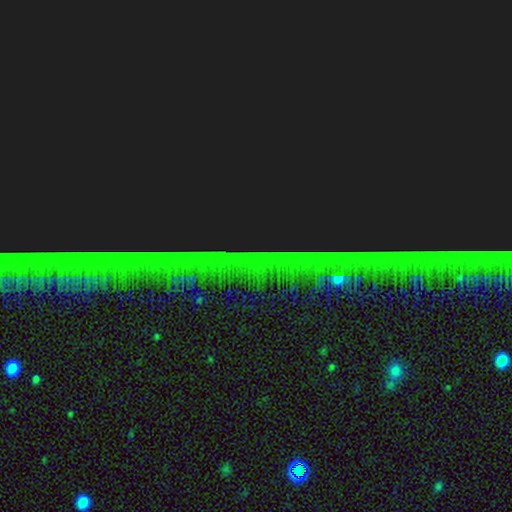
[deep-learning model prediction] Smooth or featured?
  - star or artifact: 87% *
  - featured or disk: 7%
  - smooth: 6%